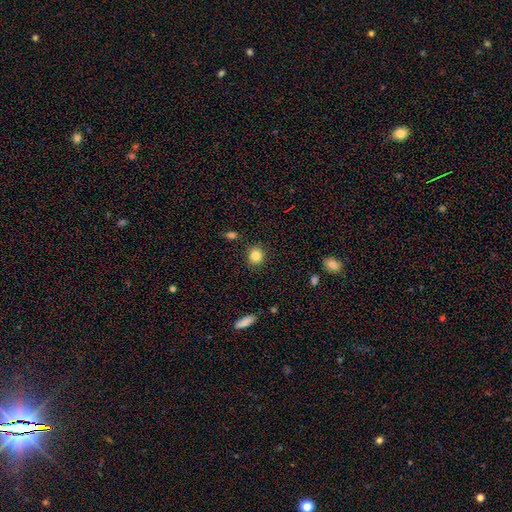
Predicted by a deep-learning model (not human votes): smooth-or-featured: smooth: 84% | star or artifact: 10% | featured or disk: 6%
  how-rounded: round: 81% | in between: 17% | cigar-shaped: 1%
  merging: none: 89% | minor disturbance: 7% | major disturbance: 2% | merger: 2%